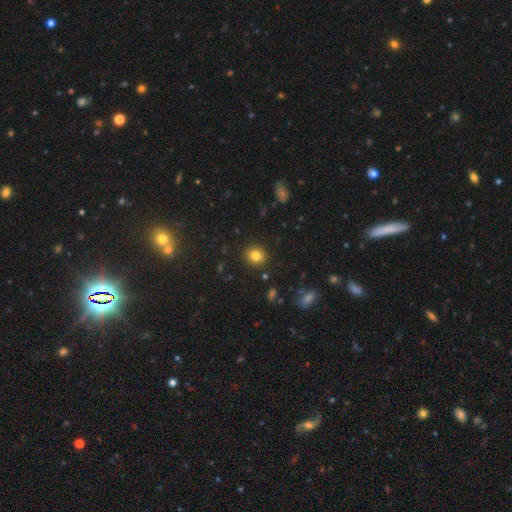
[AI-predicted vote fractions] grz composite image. It shows a smooth galaxy with no disk features (81%) that is round (88%). Merging: none (91%).